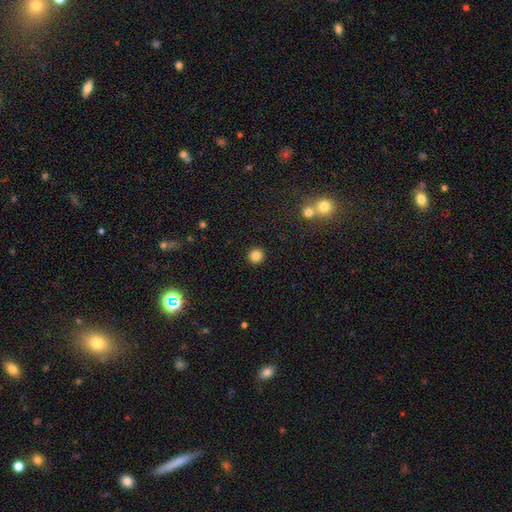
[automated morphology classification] type=smooth (84%); roundness=round (94%); merging=none (93%).